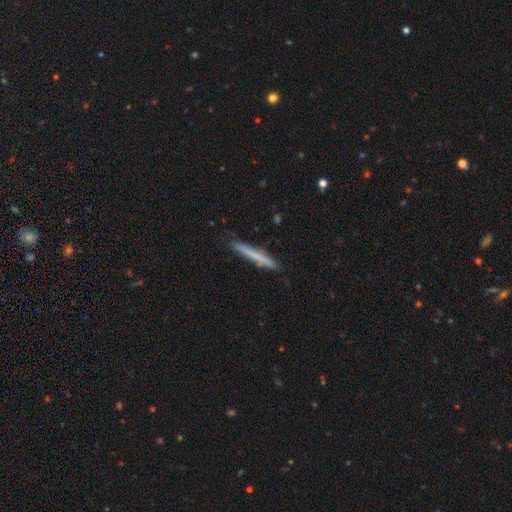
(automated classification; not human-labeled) Overall: smooth (68%). How rounded: cigar-shaped (97%). Merging: none (89%).